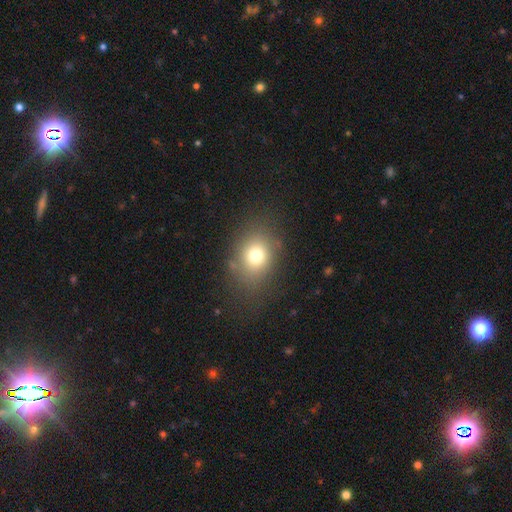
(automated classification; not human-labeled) Overall: smooth (73%). How rounded: round (54%; in between 45%). Merging: none (76%).